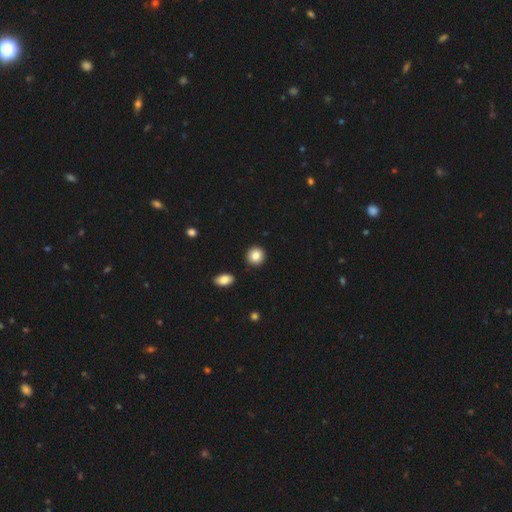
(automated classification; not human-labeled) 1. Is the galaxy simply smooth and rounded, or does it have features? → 85% smooth, 8% star or artifact, 7% featured or disk.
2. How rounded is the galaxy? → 88% round, 10% in between, 1% cigar-shaped.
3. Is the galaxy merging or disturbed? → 91% none, 5% minor disturbance, 2% merger, 2% major disturbance.